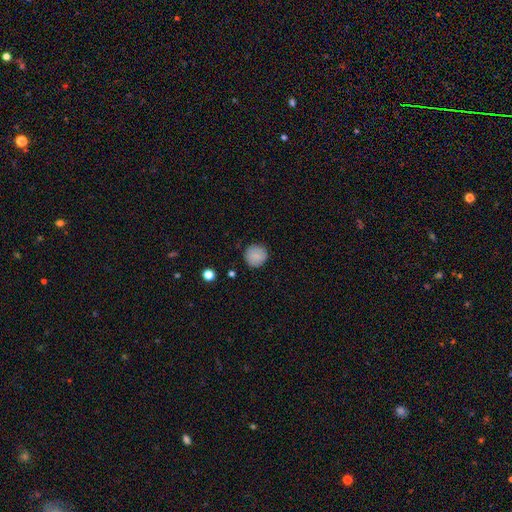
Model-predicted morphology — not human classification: This appears to be a smooth galaxy with no disk features (83%) that is round (93%). Merging: none (88%).